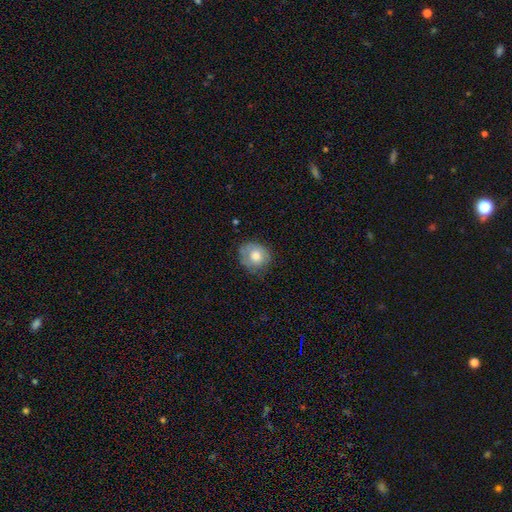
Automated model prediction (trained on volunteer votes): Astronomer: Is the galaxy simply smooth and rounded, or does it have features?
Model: smooth — 64%.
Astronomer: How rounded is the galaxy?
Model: round — 73%.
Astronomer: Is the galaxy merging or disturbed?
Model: none — 66%.